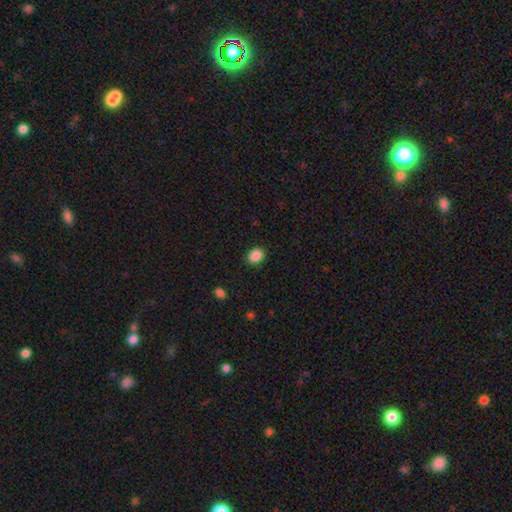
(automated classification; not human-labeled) The model was most divided on "how rounded": in between: 59%, round: 40%, cigar-shaped: 1%. More confident: merging — none (90%); smooth or featured — smooth (88%).